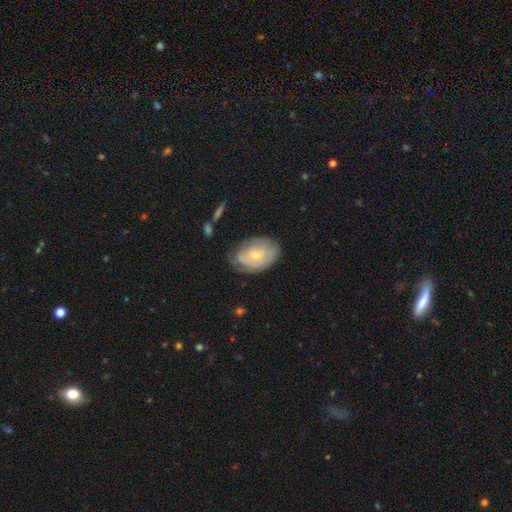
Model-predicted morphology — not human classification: Smooth or featured: smooth — 48% (featured or disk — 45%)
Merging: none — 68% (minor disturbance — 24%)